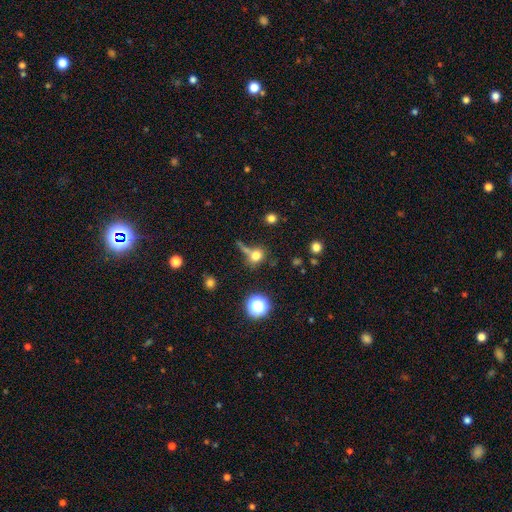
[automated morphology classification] A smooth galaxy with no disk features (75%) that is round (68%). Merging: none (56%).